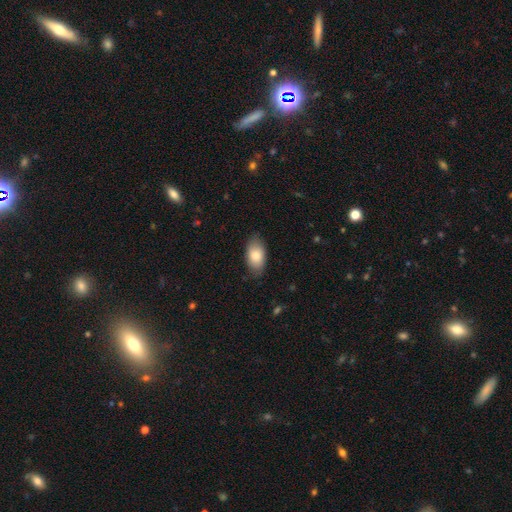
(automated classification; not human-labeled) A smooth galaxy with no disk features (84%) that is in between round and cigar-shaped (93%). Merging: none (82%).